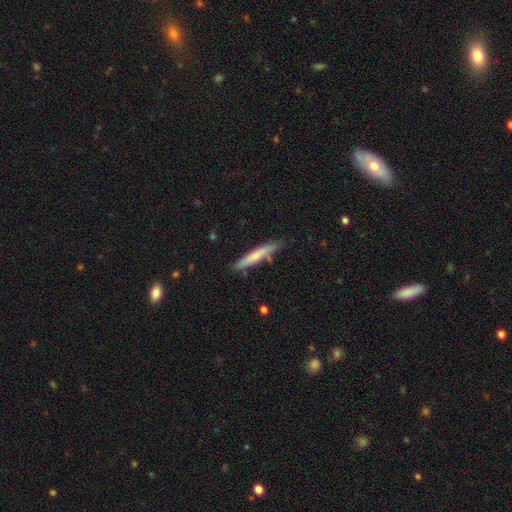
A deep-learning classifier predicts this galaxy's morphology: Smooth or featured? Predicted: smooth (p=0.61). How rounded? Predicted: cigar-shaped (p=0.93). Merging? Predicted: none (p=0.74).